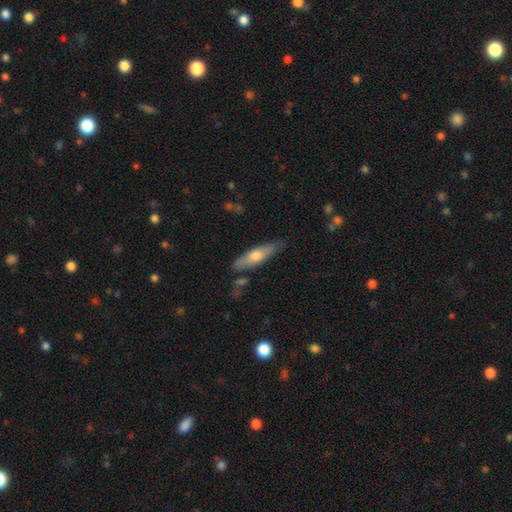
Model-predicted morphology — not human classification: Smooth or featured?
  - smooth: 52% *
  - featured or disk: 42%
  - star or artifact: 6%
How rounded?
  - cigar-shaped: 69% *
  - in between: 29%
  - round: 2%
Merging?
  - none: 77% *
  - minor disturbance: 16%
  - merger: 4%
  - major disturbance: 3%